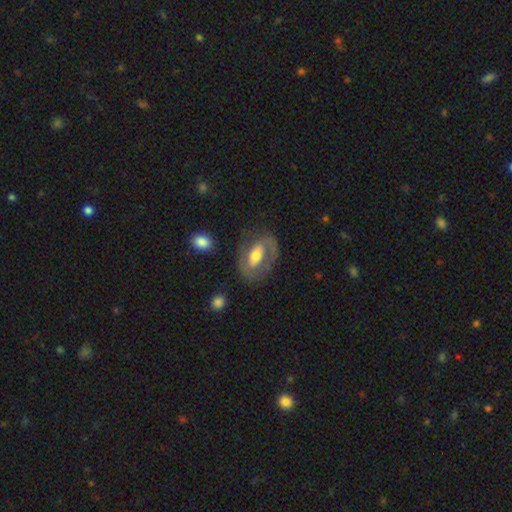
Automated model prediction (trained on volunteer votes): Smooth or featured? Predicted: featured or disk (p=0.67). Edge-on disk? Predicted: no (p=0.95). Bar? Predicted: no (p=0.39). Spiral arms? Predicted: yes (p=0.65). Bulge size? Predicted: moderate (p=0.61). Merging? Predicted: none (p=0.68).